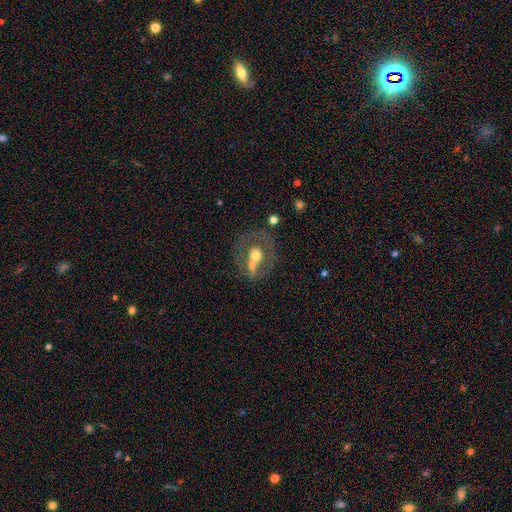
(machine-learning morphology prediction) Smooth or featured?
  - featured or disk: 49% *
  - smooth: 43%
  - star or artifact: 8%
Merging?
  - none: 43% *
  - merger: 34%
  - minor disturbance: 14%
  - major disturbance: 9%